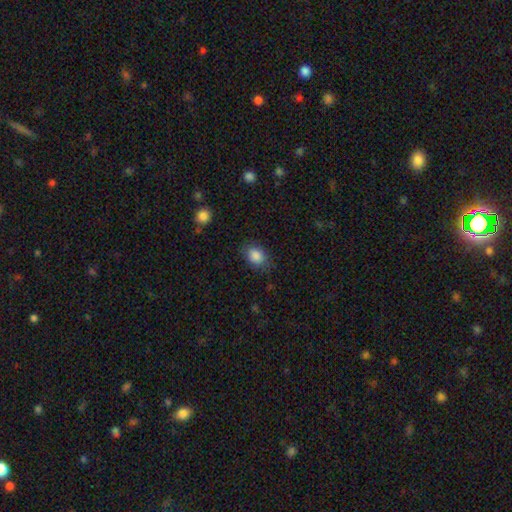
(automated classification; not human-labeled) Smooth or featured? smooth (86%)
How rounded? in between (71%)
Merging? none (78%)